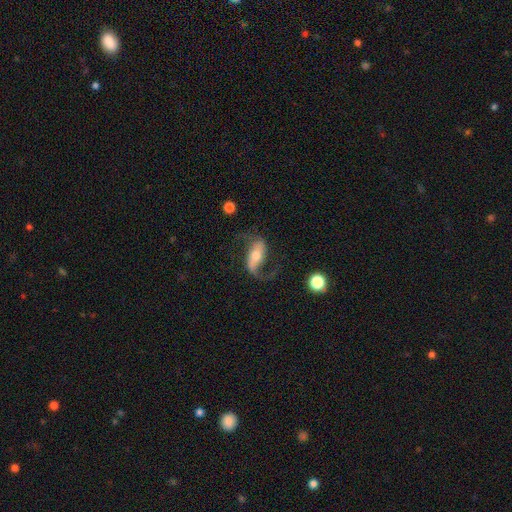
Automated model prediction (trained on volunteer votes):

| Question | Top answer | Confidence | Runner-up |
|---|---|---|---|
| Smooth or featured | featured or disk | 79% | smooth (15%) |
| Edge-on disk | no | 93% | yes (7%) |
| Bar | strong | 51% | weak (28%) |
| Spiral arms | yes | 92% | no (8%) |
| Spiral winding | loose | 73% | medium (22%) |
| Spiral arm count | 2 | 89% | 1 (6%) |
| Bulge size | moderate | 59% | small (27%) |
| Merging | none | 64% | major disturbance (18%) |